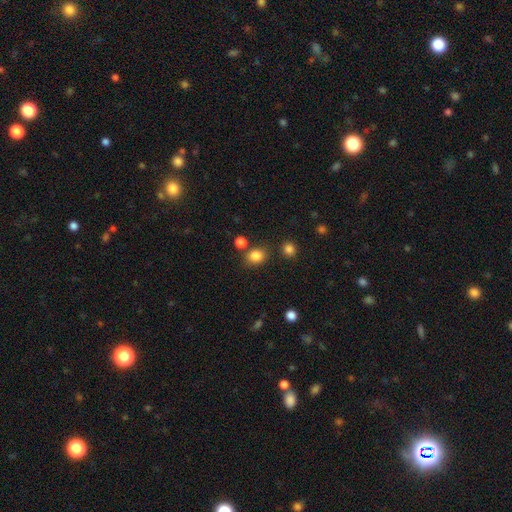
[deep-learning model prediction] smooth-or-featured: smooth: 84% | star or artifact: 12% | featured or disk: 4%
  how-rounded: round: 59% | in between: 40% | cigar-shaped: 1%
  merging: none: 76% | minor disturbance: 11% | merger: 9% | major disturbance: 4%